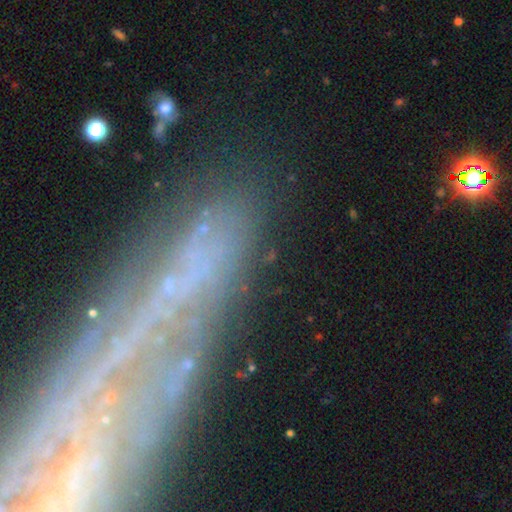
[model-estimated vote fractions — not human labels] Smooth or featured?
  - featured or disk: 53% *
  - star or artifact: 24%
  - smooth: 23%
Edge-on disk?
  - no: 57% *
  - yes: 43%
Merging?
  - none: 62% *
  - minor disturbance: 18%
  - major disturbance: 12%
  - merger: 7%